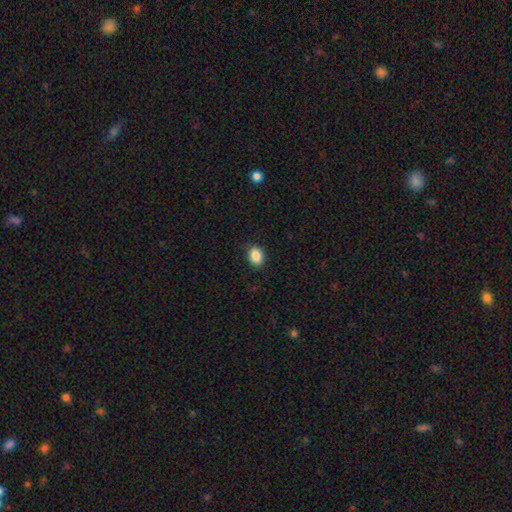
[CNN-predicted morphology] smooth-or-featured: smooth: 87% | star or artifact: 9% | featured or disk: 4%
  how-rounded: in between: 63% | round: 36% | cigar-shaped: 1%
  merging: none: 87% | minor disturbance: 10% | major disturbance: 2% | merger: 1%